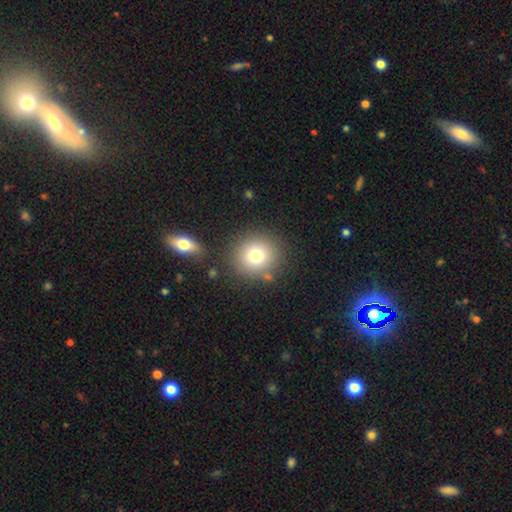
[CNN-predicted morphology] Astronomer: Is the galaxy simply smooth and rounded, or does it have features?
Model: smooth — 76%.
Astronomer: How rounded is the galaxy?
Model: round — 89%.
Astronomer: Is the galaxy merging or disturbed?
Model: none — 83%.